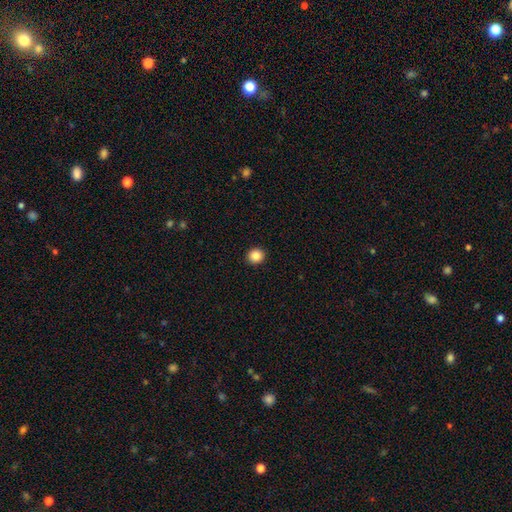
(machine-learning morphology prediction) Smooth or featured? smooth (86%)
How rounded? round (87%)
Merging? none (93%)